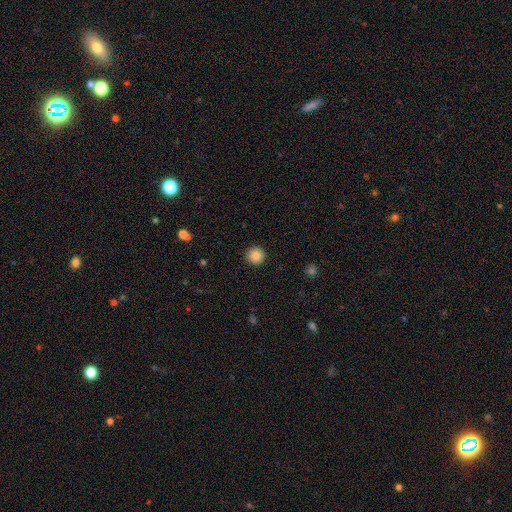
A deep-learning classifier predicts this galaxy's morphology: smooth-or-featured: smooth: 86% | star or artifact: 10% | featured or disk: 4%
  how-rounded: round: 95% | in between: 4% | cigar-shaped: 1%
  merging: none: 92% | minor disturbance: 5% | major disturbance: 2% | merger: 1%